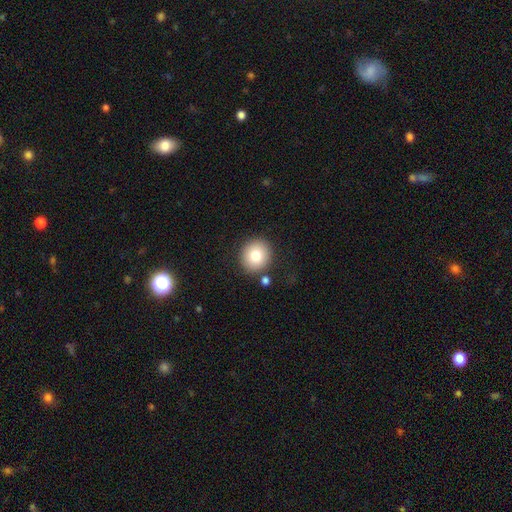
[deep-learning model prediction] Morphology: type=smooth (78%); roundness=round (89%); merging=none (85%).